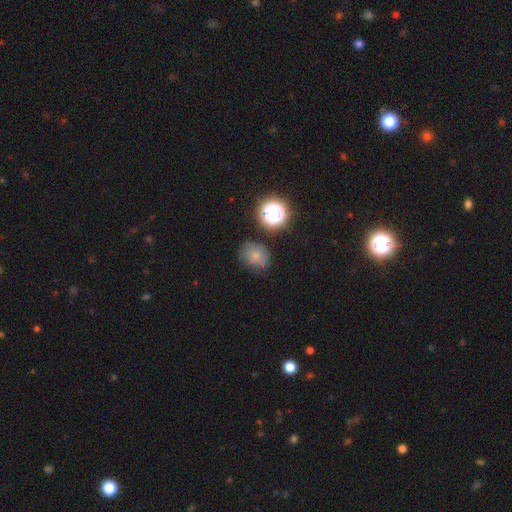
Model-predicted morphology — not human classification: Smooth or featured? smooth (71%)
How rounded? round (54%)
Merging? none (69%)